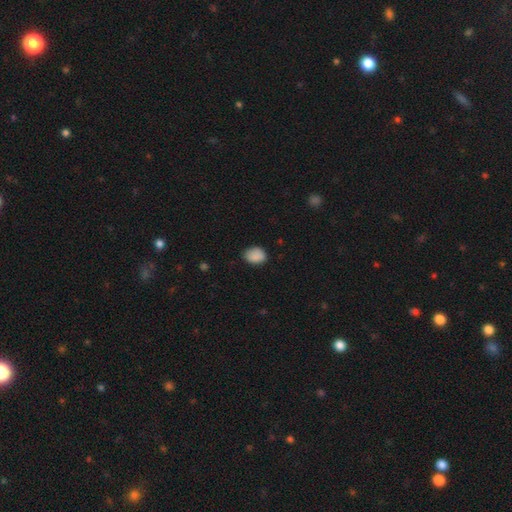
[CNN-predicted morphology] smooth-or-featured: smooth: 88% | star or artifact: 8% | featured or disk: 4%
  how-rounded: in between: 67% | round: 32% | cigar-shaped: 1%
  merging: none: 75% | minor disturbance: 20% | major disturbance: 3% | merger: 1%